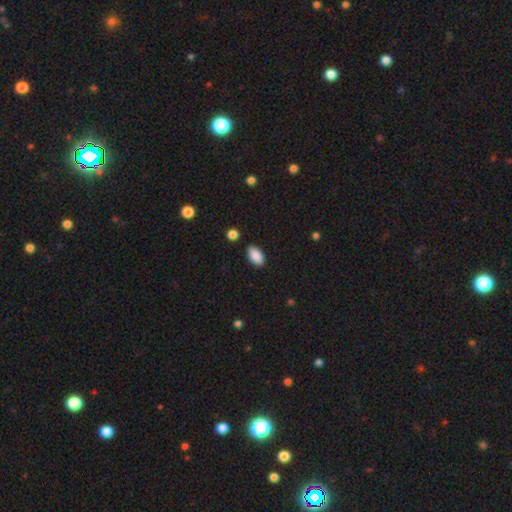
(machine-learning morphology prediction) type=smooth (89%); roundness=in between (93%); merging=none (86%).